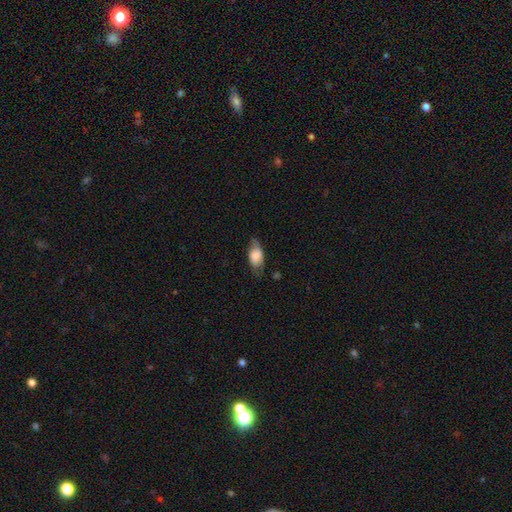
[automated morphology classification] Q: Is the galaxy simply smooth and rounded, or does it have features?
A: smooth — 74%.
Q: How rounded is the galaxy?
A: in between — 87%.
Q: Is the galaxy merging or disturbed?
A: none — 67%.